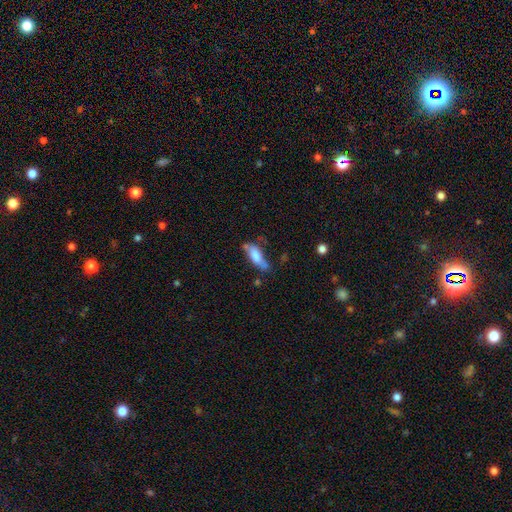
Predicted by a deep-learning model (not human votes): smooth_or_featured: smooth (p=0.64) [alt: featured or disk p=0.29]
how_rounded: in between (p=0.61) [alt: cigar-shaped p=0.37]
merging: none (p=0.49) [alt: minor disturbance p=0.29]